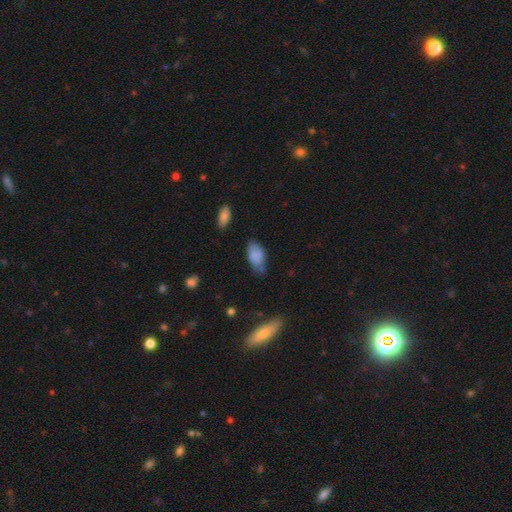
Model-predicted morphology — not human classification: smooth 83%, featured or disk 9%, star or artifact 8%. Down the decision tree: how rounded — in between (93%); merging — none (58%).